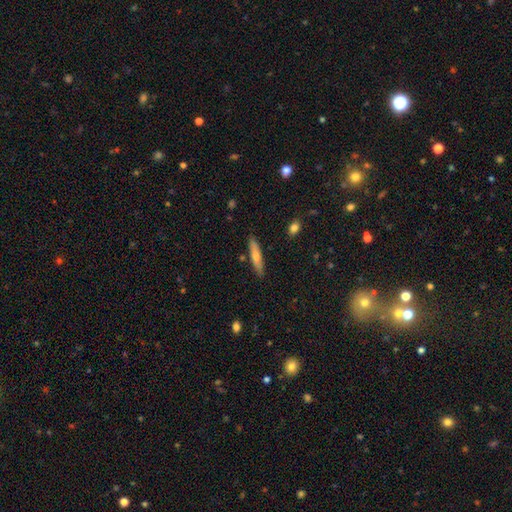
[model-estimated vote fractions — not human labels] Smooth or featured? Predicted: smooth (p=0.55). How rounded? Predicted: cigar-shaped (p=0.89). Merging? Predicted: none (p=0.88).